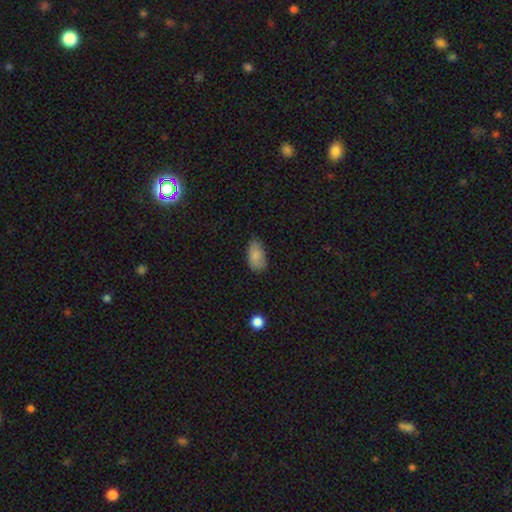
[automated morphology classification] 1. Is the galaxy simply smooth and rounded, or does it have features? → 86% smooth, 8% star or artifact, 6% featured or disk.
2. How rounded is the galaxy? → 93% in between, 4% round, 3% cigar-shaped.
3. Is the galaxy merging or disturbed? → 74% none, 21% minor disturbance, 4% major disturbance, 1% merger.